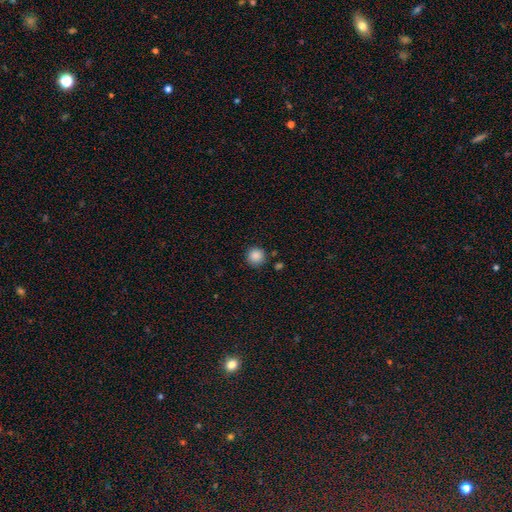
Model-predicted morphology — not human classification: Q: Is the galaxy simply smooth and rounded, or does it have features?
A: smooth — 88%.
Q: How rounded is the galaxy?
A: round — 95%.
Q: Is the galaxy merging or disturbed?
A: none — 87%.